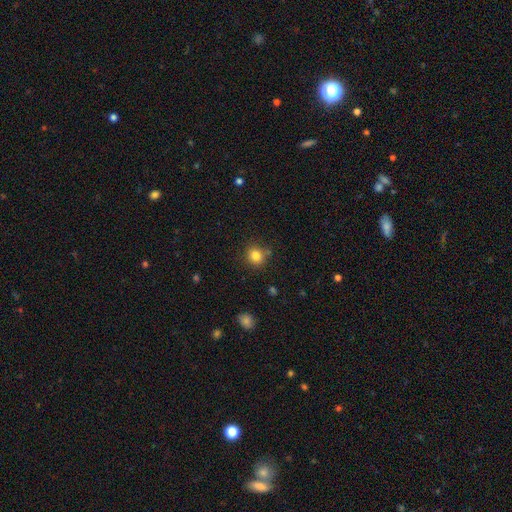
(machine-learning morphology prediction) Smooth or featured? Predicted: smooth (p=0.83). How rounded? Predicted: round (p=0.84). Merging? Predicted: none (p=0.80).